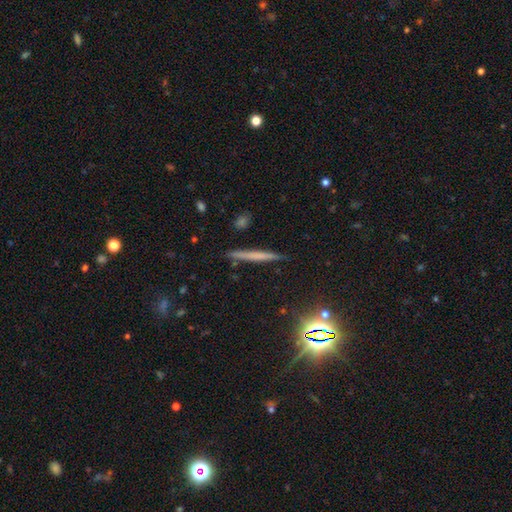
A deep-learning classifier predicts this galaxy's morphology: The model was most divided on "smooth or featured": smooth: 49%, featured or disk: 35%, star or artifact: 16%. More confident: merging — none (88%).